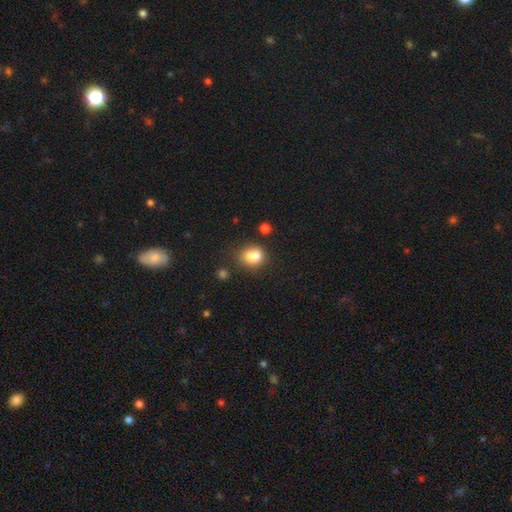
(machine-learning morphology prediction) Smooth or featured?
  - smooth: 82% *
  - star or artifact: 10%
  - featured or disk: 8%
How rounded?
  - round: 51% *
  - in between: 48%
  - cigar-shaped: 1%
Merging?
  - none: 56% *
  - minor disturbance: 20%
  - merger: 18%
  - major disturbance: 6%